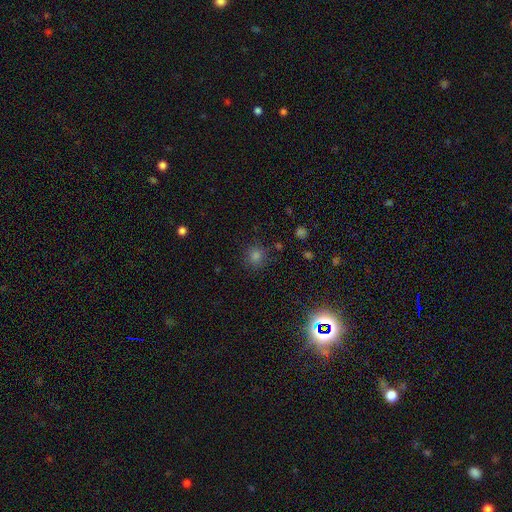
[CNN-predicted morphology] This appears to be a smooth galaxy with no disk features (66%) that is round (91%). Merging: none (85%).